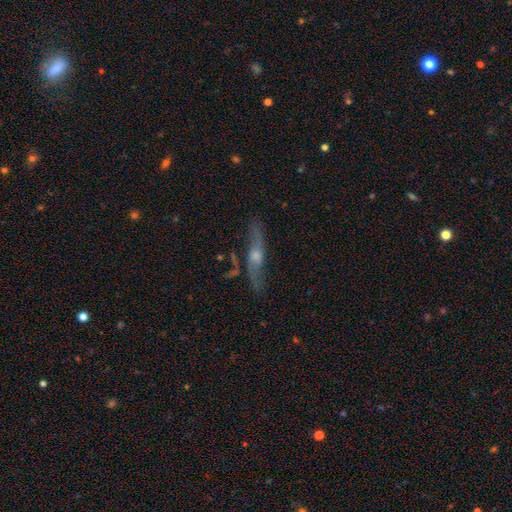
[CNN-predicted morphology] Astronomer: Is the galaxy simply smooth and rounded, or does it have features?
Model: featured or disk — 73%.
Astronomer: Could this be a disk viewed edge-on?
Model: yes — 76%.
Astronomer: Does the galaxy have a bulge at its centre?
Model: rounded — 86%.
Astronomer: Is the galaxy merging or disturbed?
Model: none — 78%.